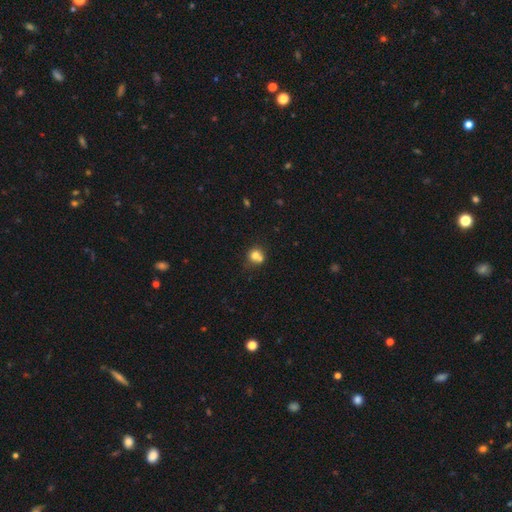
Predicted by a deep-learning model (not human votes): Smooth or featured: smooth — 75% (featured or disk — 13%)
How rounded: round — 82% (in between — 17%)
Merging: none — 43% (merger — 39%)